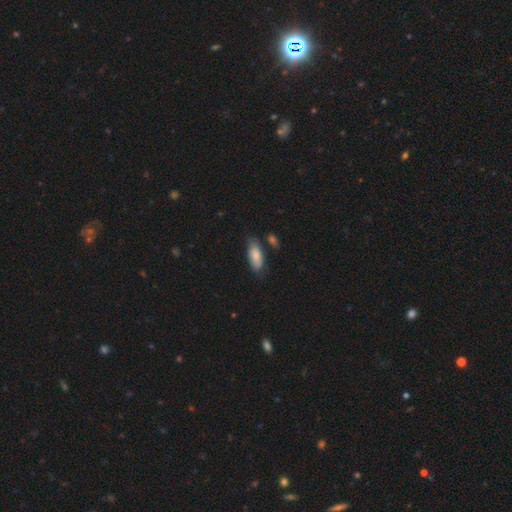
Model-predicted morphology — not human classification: The model was most divided on "merging": none: 63%, minor disturbance: 25%, major disturbance: 6%, merger: 5%. More confident: how rounded — in between (82%); smooth or featured — smooth (78%).